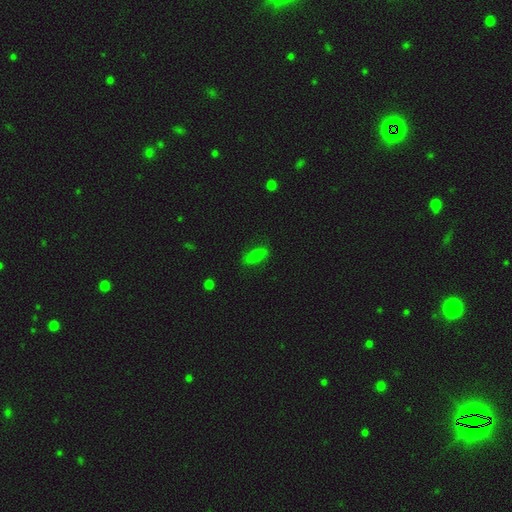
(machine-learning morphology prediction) smooth 73%, featured or disk 16%, star or artifact 11%. Down the decision tree: how rounded — in between (77%); merging — none (78%).